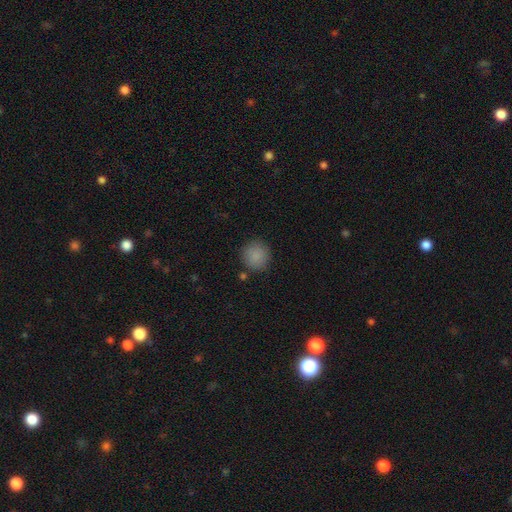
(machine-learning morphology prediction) Q: Smooth or featured?
A: smooth (88%); runner-up: star or artifact (9%)
Q: How rounded?
A: round (92%); runner-up: in between (7%)
Q: Merging?
A: none (86%); runner-up: minor disturbance (8%)